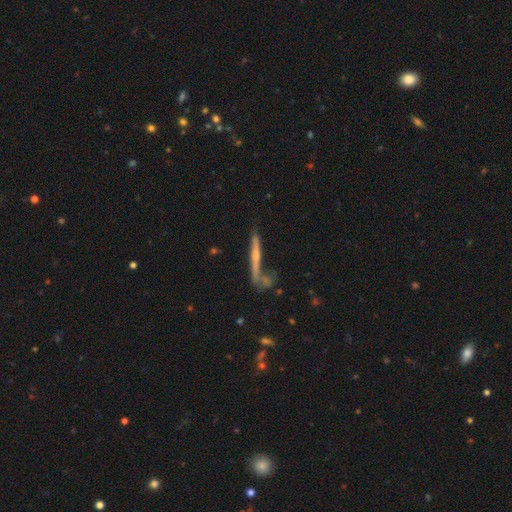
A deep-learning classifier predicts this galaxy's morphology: Q: Smooth or featured?
A: featured or disk (64%); runner-up: smooth (28%)
Q: Edge-on disk?
A: yes (93%); runner-up: no (7%)
Q: Edge-on bulge?
A: rounded (63%); runner-up: none (29%)
Q: Merging?
A: none (59%); runner-up: minor disturbance (17%)